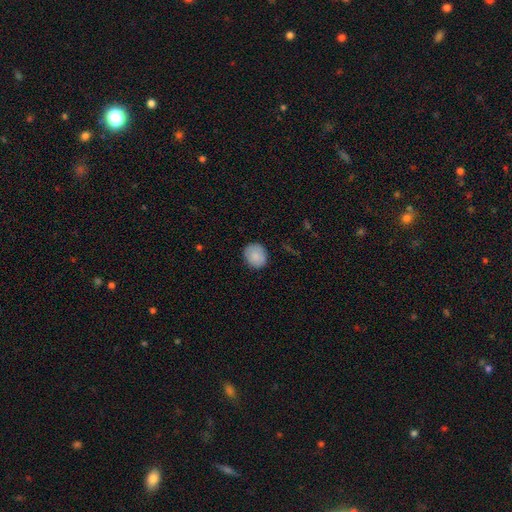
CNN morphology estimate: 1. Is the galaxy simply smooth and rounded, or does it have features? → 85% smooth, 8% featured or disk, 7% star or artifact.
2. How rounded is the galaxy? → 77% round, 22% in between, 1% cigar-shaped.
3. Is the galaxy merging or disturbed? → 85% none, 12% minor disturbance, 2% major disturbance, 1% merger.